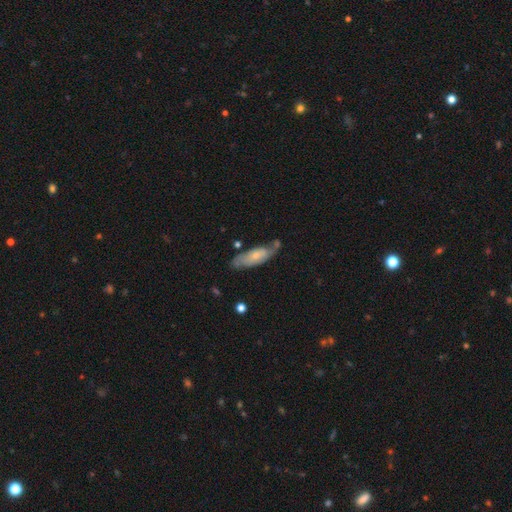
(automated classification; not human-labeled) Smooth or featured? featured or disk (47%, tied with smooth)
Merging? none (56%)